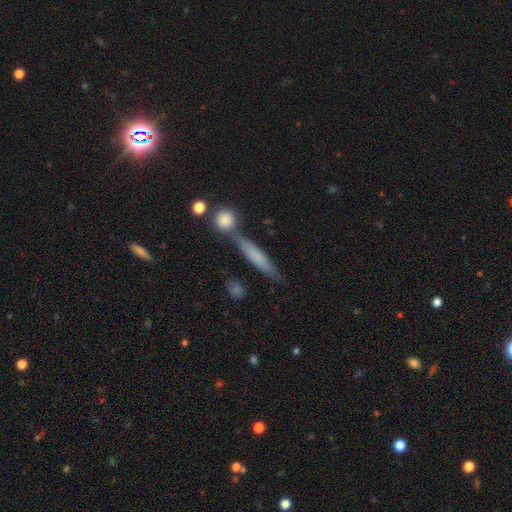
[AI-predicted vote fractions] smooth-or-featured: smooth: 62% | featured or disk: 30% | star or artifact: 8%
  how-rounded: cigar-shaped: 85% | in between: 11% | round: 3%
  merging: none: 64% | merger: 17% | minor disturbance: 14% | major disturbance: 5%